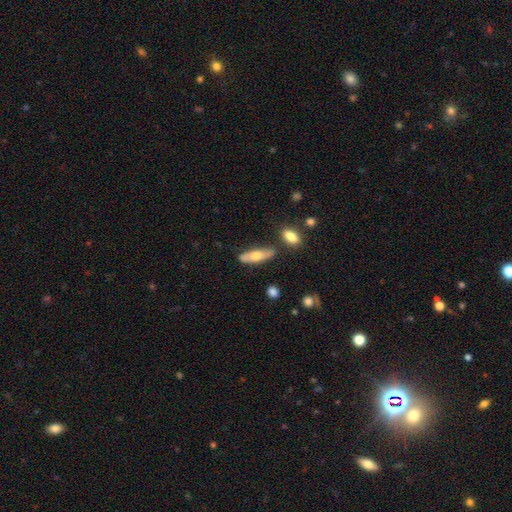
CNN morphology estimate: Q: Smooth or featured?
A: smooth (60%); runner-up: featured or disk (34%)
Q: How rounded?
A: cigar-shaped (54%); runner-up: in between (44%)
Q: Merging?
A: none (72%); runner-up: minor disturbance (17%)